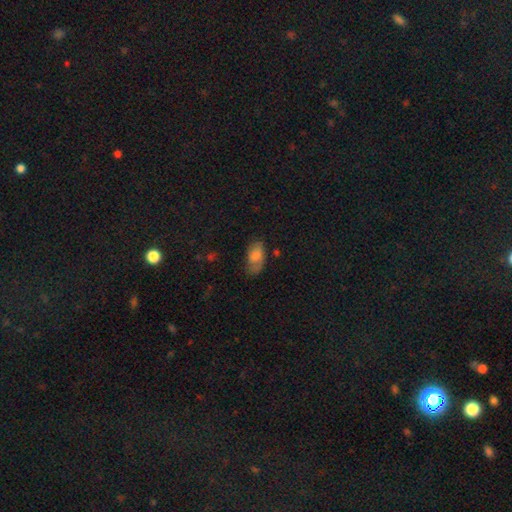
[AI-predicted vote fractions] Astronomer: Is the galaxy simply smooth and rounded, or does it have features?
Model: smooth — 66%.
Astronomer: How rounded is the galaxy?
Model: in between — 91%.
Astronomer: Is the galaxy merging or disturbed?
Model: none — 58%.